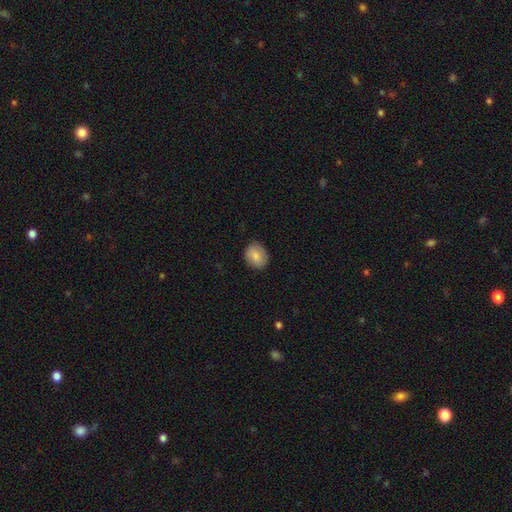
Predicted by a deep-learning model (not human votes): Overall: smooth (82%). How rounded: round (57%; in between 42%). Merging: none (85%).